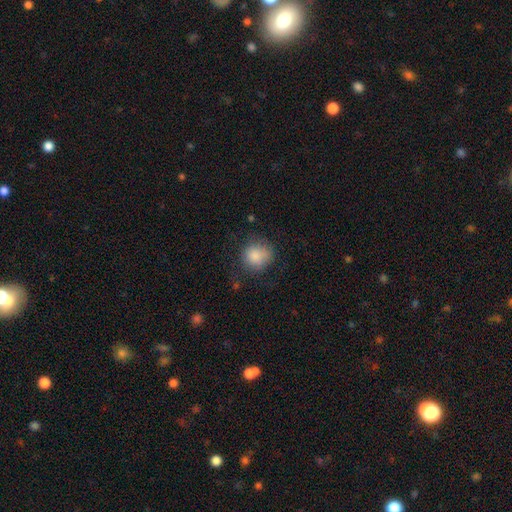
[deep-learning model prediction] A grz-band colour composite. It shows a smooth galaxy with no disk features (84%) that is round (81%). Merging: none (61%).